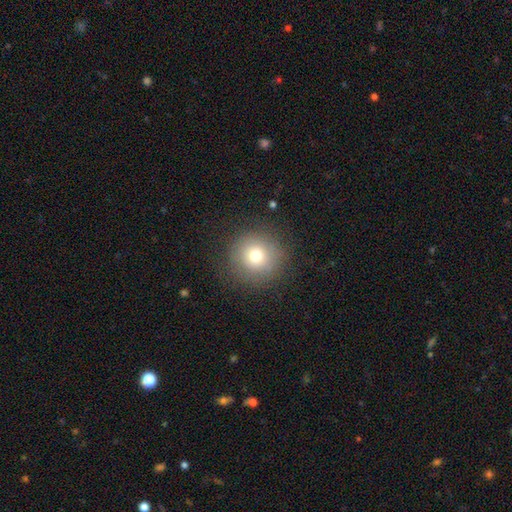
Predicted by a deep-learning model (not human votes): The model was most divided on "smooth or featured": smooth: 74%, star or artifact: 13%, featured or disk: 12%. More confident: how rounded — round (95%); merging — none (86%).